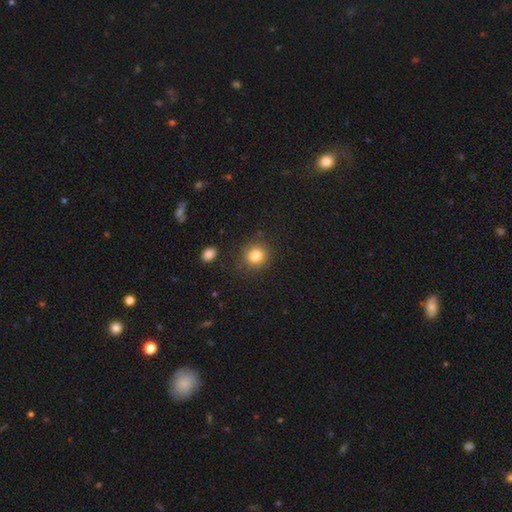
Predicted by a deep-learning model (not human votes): Q: Smooth or featured?
A: smooth (83%); runner-up: star or artifact (11%)
Q: How rounded?
A: round (88%); runner-up: in between (12%)
Q: Merging?
A: none (88%); runner-up: minor disturbance (7%)